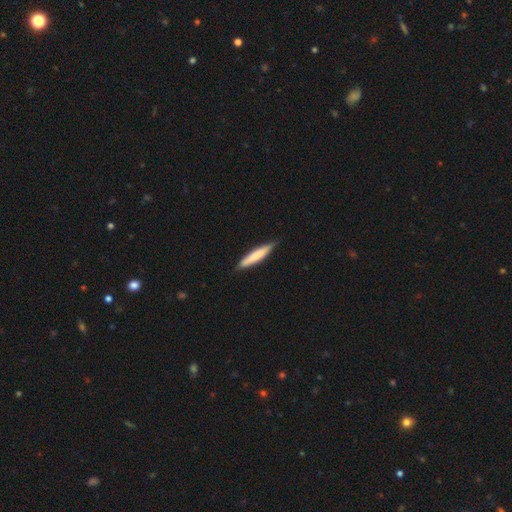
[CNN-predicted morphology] The model was most divided on "smooth or featured": smooth: 73%, featured or disk: 23%, star or artifact: 5%. More confident: how rounded — cigar-shaped (90%); merging — none (85%).